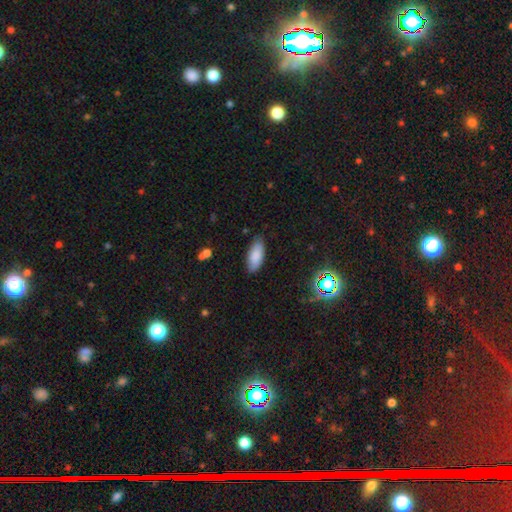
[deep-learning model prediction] Smooth or featured?
  - smooth: 86% *
  - featured or disk: 7%
  - star or artifact: 7%
How rounded?
  - in between: 86% *
  - cigar-shaped: 12%
  - round: 2%
Merging?
  - none: 81% *
  - minor disturbance: 15%
  - major disturbance: 3%
  - merger: 1%